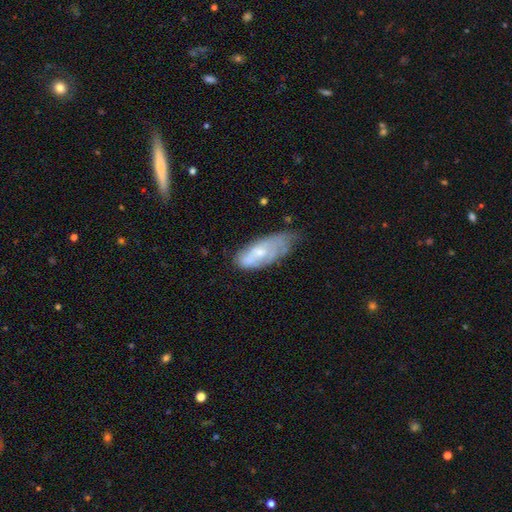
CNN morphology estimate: Smooth or featured: smooth — 46% (featured or disk — 45%)
Merging: none — 54% (minor disturbance — 33%)